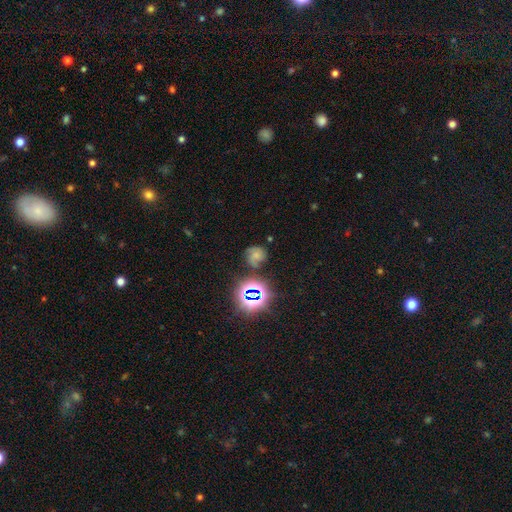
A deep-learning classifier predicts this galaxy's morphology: smooth_or_featured: featured or disk (p=0.39) [alt: smooth p=0.34]
merging: none (p=0.60) [alt: minor disturbance p=0.22]